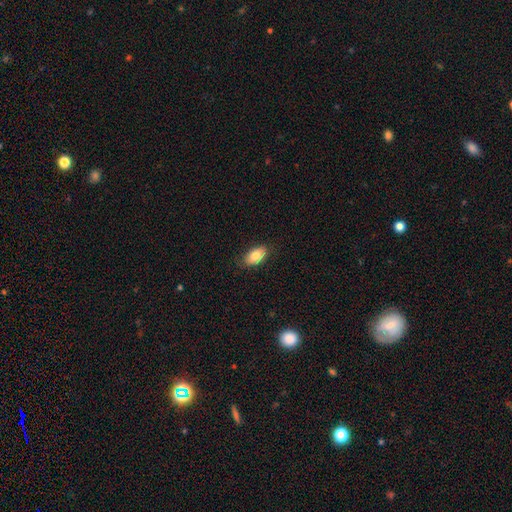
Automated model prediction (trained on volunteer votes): Q: Smooth or featured?
A: smooth (80%); runner-up: featured or disk (13%)
Q: How rounded?
A: in between (92%); runner-up: round (6%)
Q: Merging?
A: none (83%); runner-up: minor disturbance (14%)